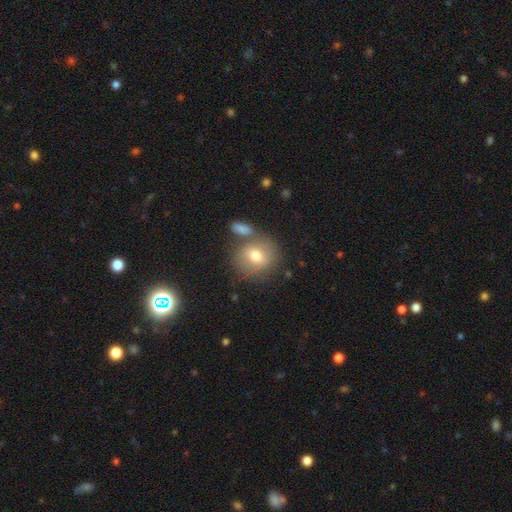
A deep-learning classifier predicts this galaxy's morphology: Smooth or featured? Predicted: smooth (p=0.71). How rounded? Predicted: round (p=0.78). Merging? Predicted: none (p=0.61).